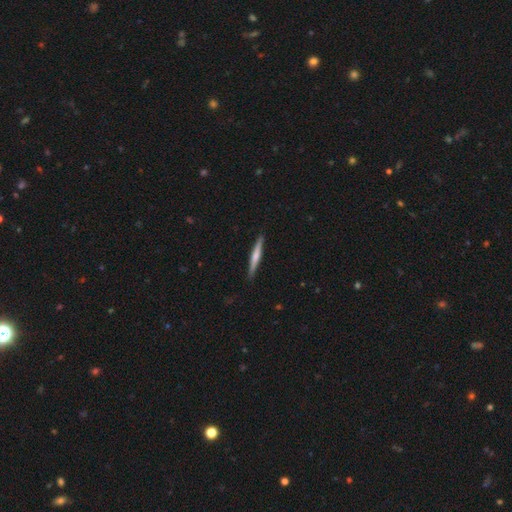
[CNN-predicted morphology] smooth-or-featured: smooth: 51% | featured or disk: 44% | star or artifact: 5%
  how-rounded: cigar-shaped: 95% | in between: 3% | round: 1%
  merging: none: 89% | minor disturbance: 8% | major disturbance: 1% | merger: 1%